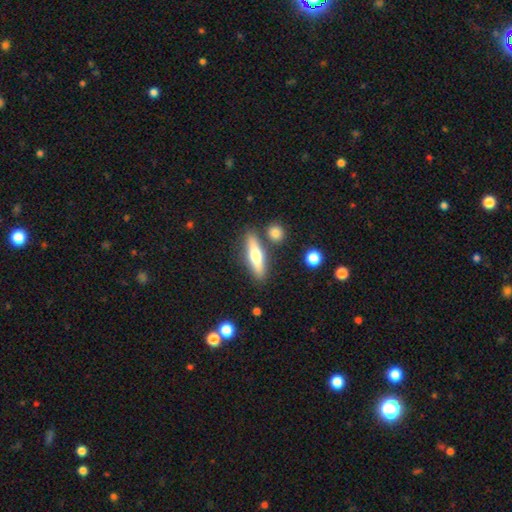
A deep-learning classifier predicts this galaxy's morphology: A smooth galaxy with no disk features (51%) that is cigar-shaped (71%).

Vote fractions:
- Smooth or featured? smooth: 51% / featured or disk: 43% / star or artifact: 6%
- How rounded? cigar-shaped: 71% / in between: 26% / round: 3%
- Merging? none: 81% / minor disturbance: 10% / merger: 7% / major disturbance: 3%